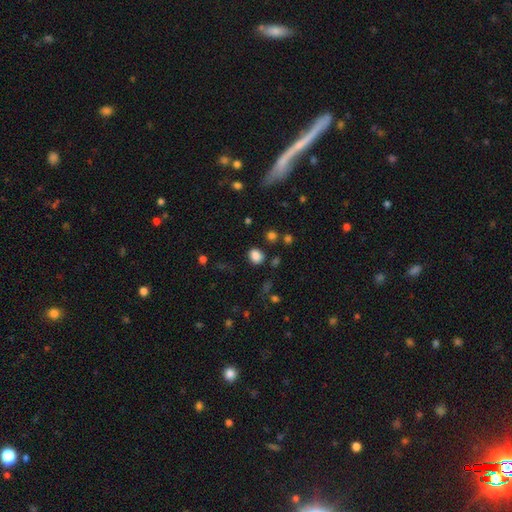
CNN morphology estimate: A smooth galaxy with no disk features (83%) that is round (56%). Merging: none (81%).